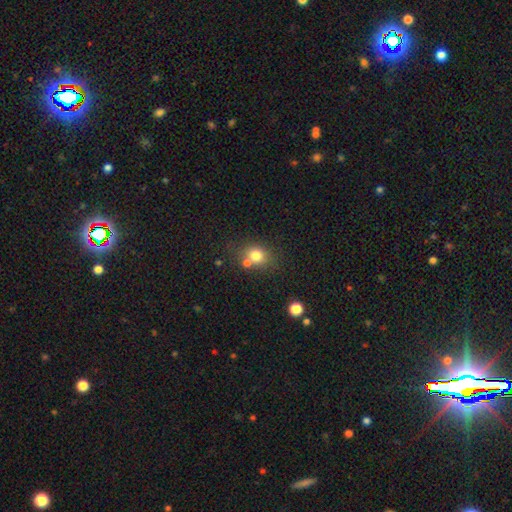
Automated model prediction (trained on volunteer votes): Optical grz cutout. It shows a smooth galaxy with no disk features (77%) that is round (66%). Merging: none (58%).